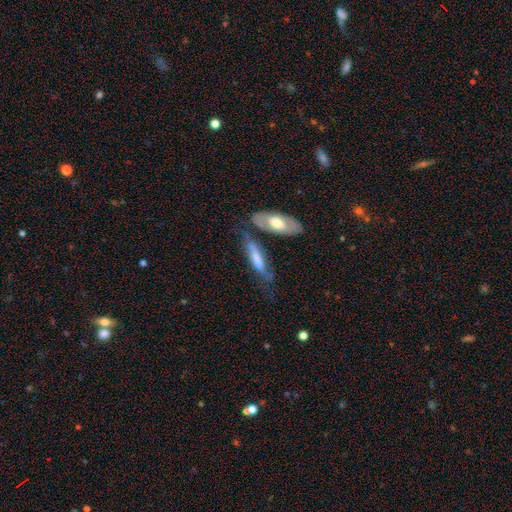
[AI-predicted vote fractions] A featured or disk galaxy (46%, tied with smooth). Merging: none (49%).